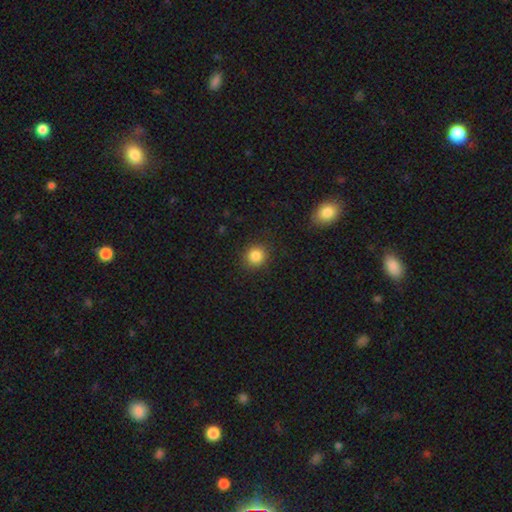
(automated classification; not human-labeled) A smooth galaxy with no disk features (85%) that is round (88%). Merging: none (89%).